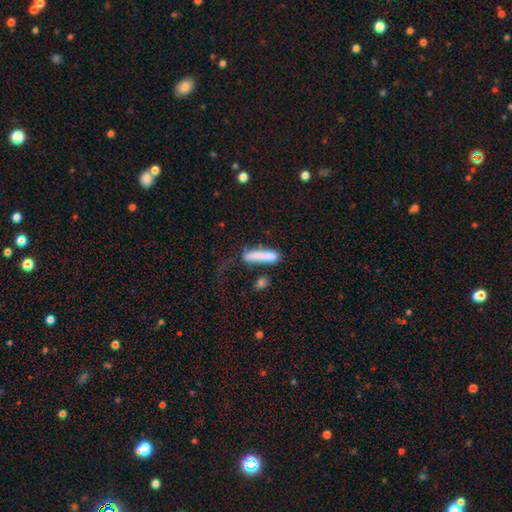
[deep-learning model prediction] A smooth galaxy with no disk features (79%) that is cigar-shaped (85%). Merging: none (58%).